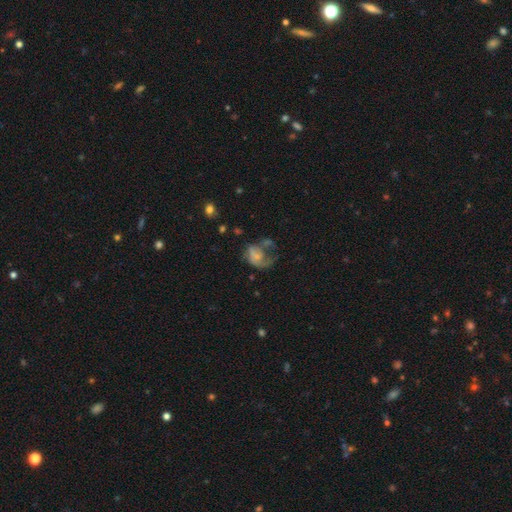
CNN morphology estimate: The model was most divided on "smooth or featured": featured or disk: 48%, smooth: 41%, star or artifact: 11%. More confident: merging — major disturbance (52%).